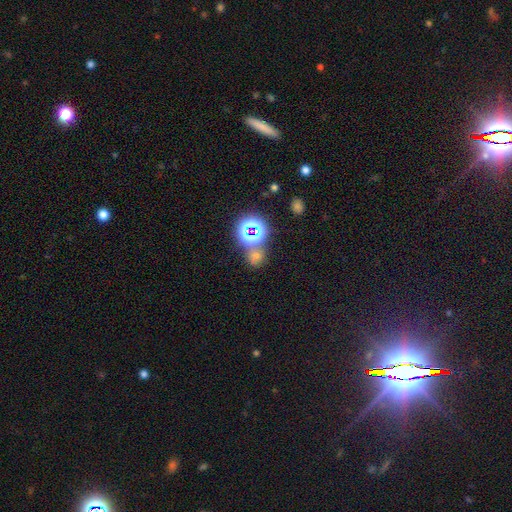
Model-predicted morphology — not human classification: This is possibly a smooth galaxy (48%). Merging: possibly none (56%).